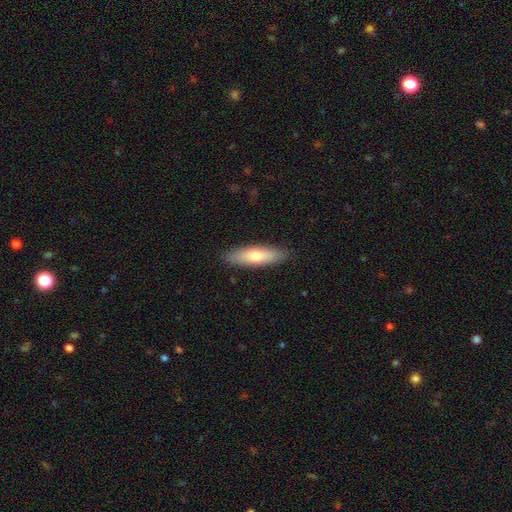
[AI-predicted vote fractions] smooth_or_featured: smooth (p=0.66) [alt: featured or disk p=0.28]
how_rounded: cigar-shaped (p=0.61) [alt: in between p=0.37]
merging: none (p=0.89) [alt: minor disturbance p=0.08]